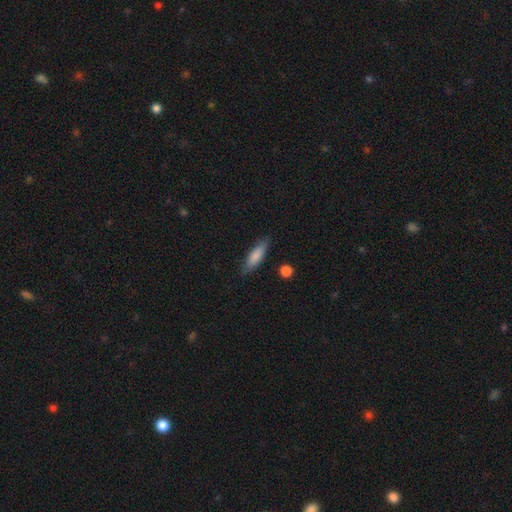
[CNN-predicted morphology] This is clearly a smooth galaxy (82%). How rounded: possibly cigar-shaped (55%). Merging: clearly none (81%).